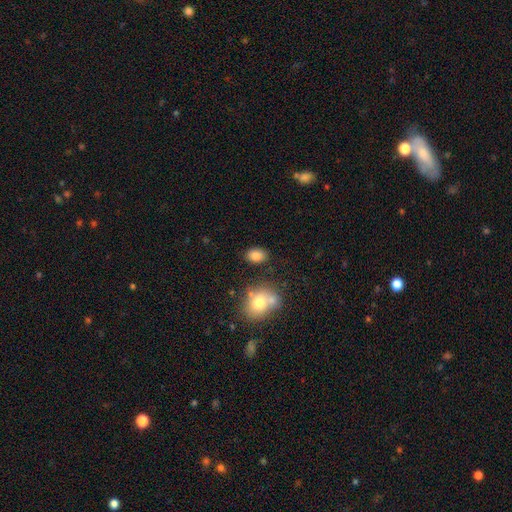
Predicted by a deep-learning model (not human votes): smooth 84%, star or artifact 9%, featured or disk 7%. Down the decision tree: how rounded — in between (77%); merging — none (81%).